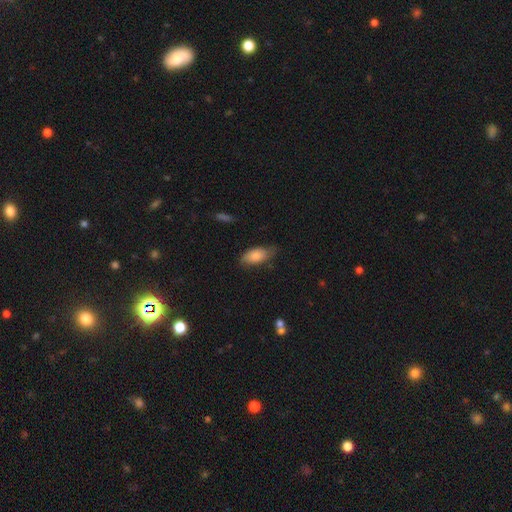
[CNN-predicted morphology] A smooth galaxy with no disk features (82%) that is in between round and cigar-shaped (88%). Merging: none (67%).